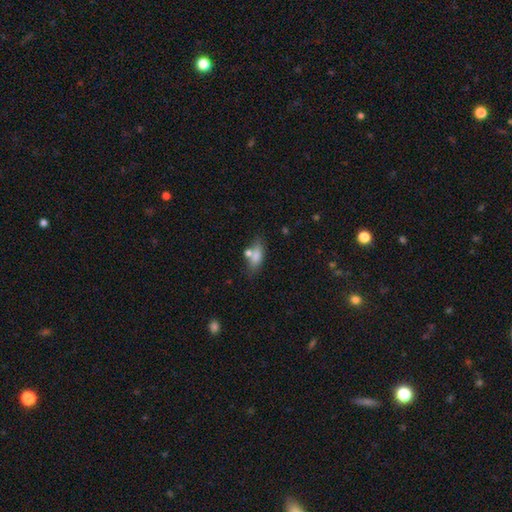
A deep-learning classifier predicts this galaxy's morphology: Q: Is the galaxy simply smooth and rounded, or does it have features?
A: smooth — 76%.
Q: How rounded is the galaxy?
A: in between — 73%.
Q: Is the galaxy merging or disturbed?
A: none — 61%.